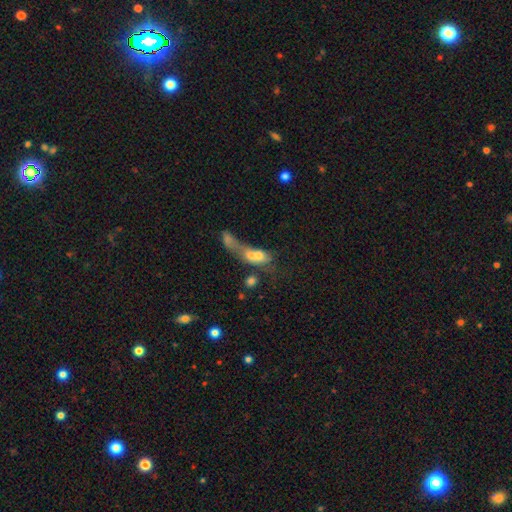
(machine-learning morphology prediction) smooth-or-featured: smooth: 59% | featured or disk: 30% | star or artifact: 11%
  how-rounded: in between: 60% | cigar-shaped: 22% | round: 18%
  merging: merger: 72% | major disturbance: 13% | none: 10% | minor disturbance: 6%